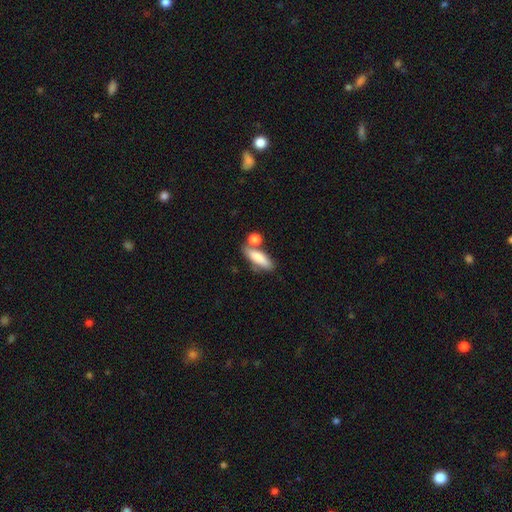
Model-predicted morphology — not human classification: The model was most divided on "how rounded": in between: 54%, cigar-shaped: 40%, round: 6%. More confident: smooth or featured — smooth (80%); merging — none (56%).